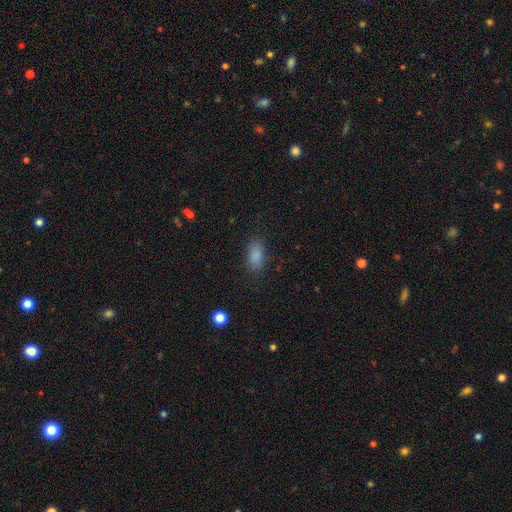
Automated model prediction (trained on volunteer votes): smooth 86%, star or artifact 9%, featured or disk 5%. Down the decision tree: how rounded — in between (90%); merging — none (81%).